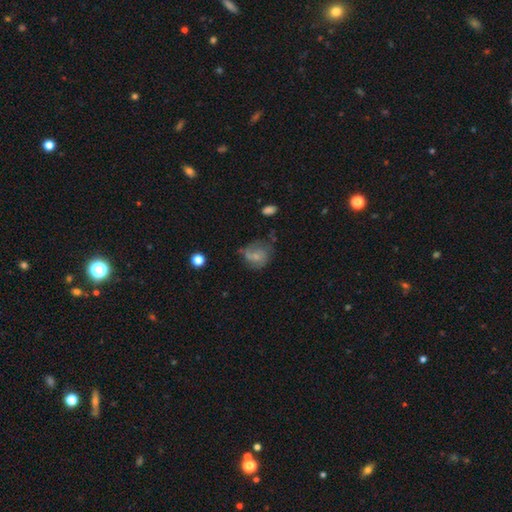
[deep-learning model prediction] Overall: featured or disk (47%; smooth 44%). Merging: none (49%; minor disturbance 28%).